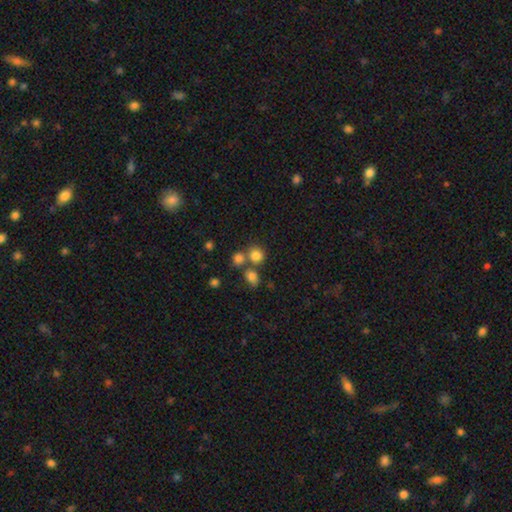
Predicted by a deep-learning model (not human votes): Q: Smooth or featured?
A: smooth (79%); runner-up: star or artifact (13%)
Q: How rounded?
A: round (84%); runner-up: in between (15%)
Q: Merging?
A: none (57%); runner-up: merger (31%)